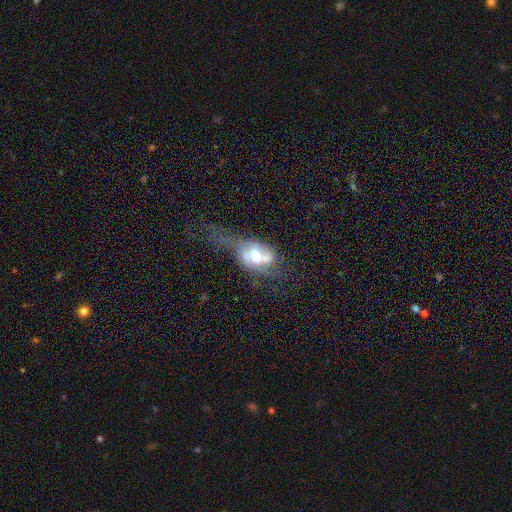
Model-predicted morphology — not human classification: This is possibly a featured or disk galaxy (58%). It is clearly not viewed edge-on (85%). Merging: marginally major disturbance (38%).